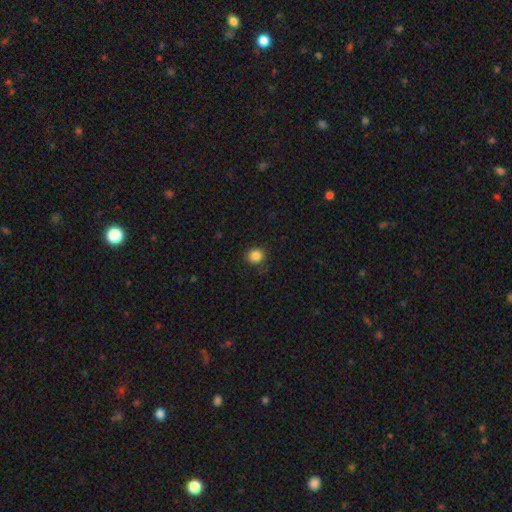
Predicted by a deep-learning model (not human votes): smooth 85%, star or artifact 11%, featured or disk 4%. Down the decision tree: how rounded — round (88%); merging — none (83%).